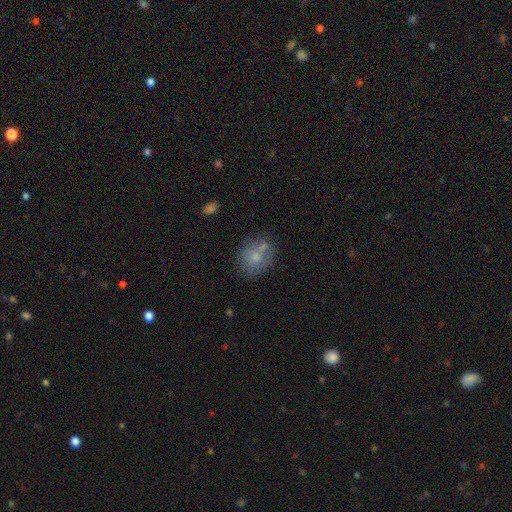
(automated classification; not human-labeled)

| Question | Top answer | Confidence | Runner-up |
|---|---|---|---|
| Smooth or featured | smooth | 68% | featured or disk (21%) |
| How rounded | round | 67% | in between (32%) |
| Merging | none | 58% | minor disturbance (19%) |